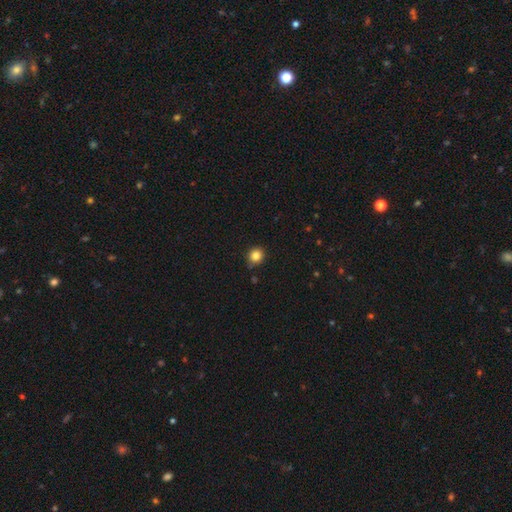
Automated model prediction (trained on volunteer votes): smooth-or-featured: smooth: 84% | star or artifact: 11% | featured or disk: 5%
  how-rounded: round: 86% | in between: 13% | cigar-shaped: 1%
  merging: none: 84% | minor disturbance: 12% | major disturbance: 2% | merger: 2%